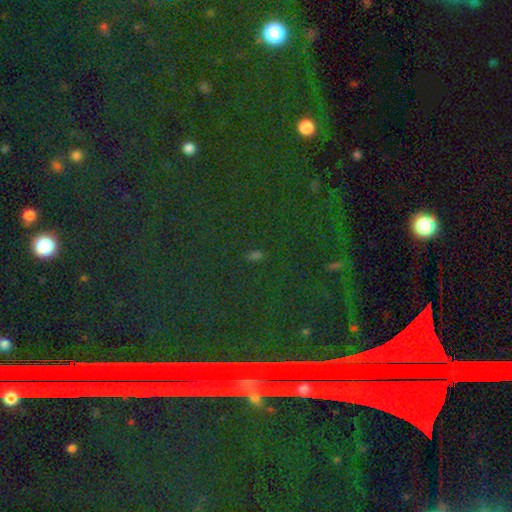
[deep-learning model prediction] Smooth or featured? star or artifact (66%)